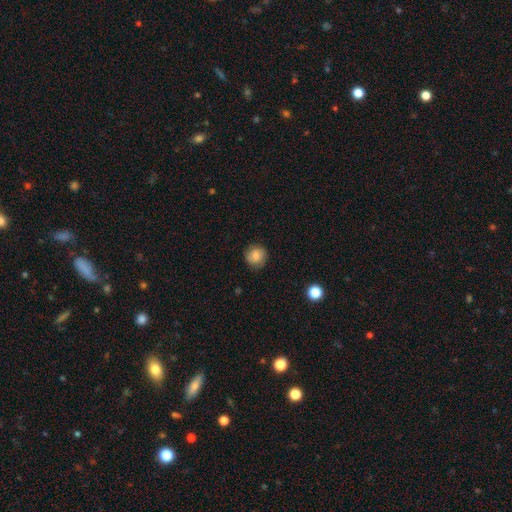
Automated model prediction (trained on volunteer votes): smooth-or-featured: smooth: 80% | featured or disk: 11% | star or artifact: 9%
  how-rounded: round: 91% | in between: 8% | cigar-shaped: 1%
  merging: none: 84% | minor disturbance: 12% | major disturbance: 3% | merger: 1%